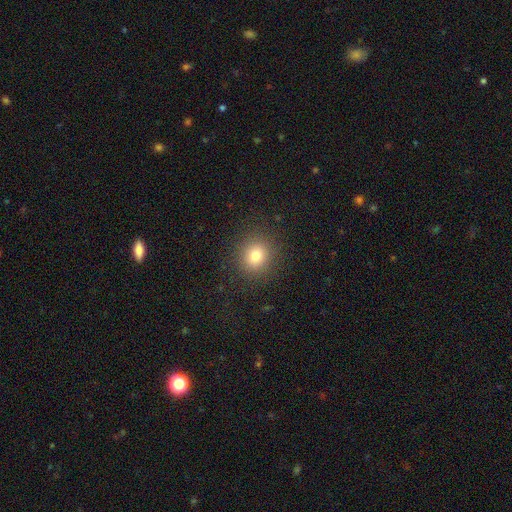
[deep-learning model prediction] Morphology: type=smooth (79%); roundness=round (84%); merging=none (89%).